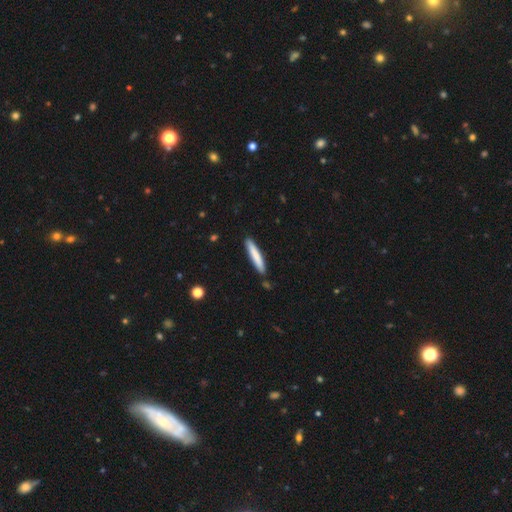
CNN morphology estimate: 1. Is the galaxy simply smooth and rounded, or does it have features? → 79% smooth, 16% featured or disk, 5% star or artifact.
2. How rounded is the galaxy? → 93% cigar-shaped, 6% in between, 1% round.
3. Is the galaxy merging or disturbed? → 88% none, 8% minor disturbance, 3% merger, 2% major disturbance.